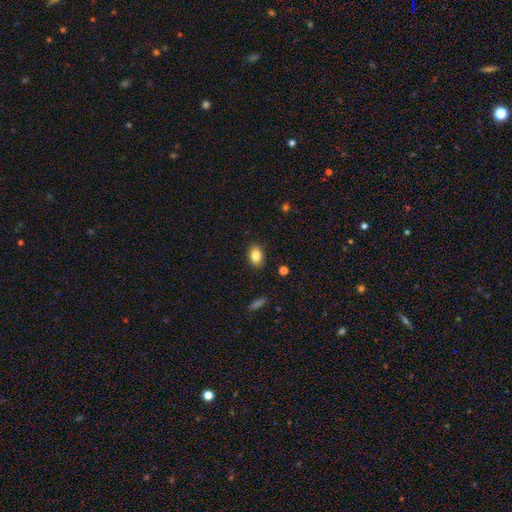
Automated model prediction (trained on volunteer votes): Smooth or featured: smooth — 84% (star or artifact — 9%)
How rounded: in between — 76% (round — 23%)
Merging: none — 86% (minor disturbance — 10%)